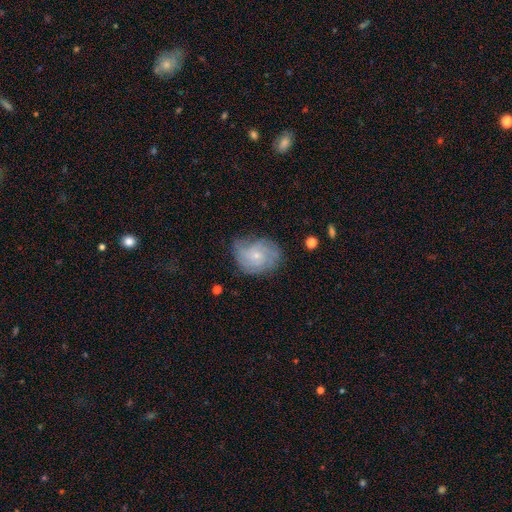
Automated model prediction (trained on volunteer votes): A featured or disk galaxy (68%) with no bar (78%), tight (61%) spiral arms (90%) and a small central bulge (76%).

Vote fractions:
- Smooth or featured? featured or disk: 68% / smooth: 24% / star or artifact: 8%
- Edge-on disk? no: 97% / yes: 3%
- Bar? no: 78% / weak: 19% / strong: 2%
- Spiral arms? yes: 90% / no: 10%
- Spiral winding? tight: 61% / medium: 30% / loose: 10%
- Spiral arm count? can't tell: 38% / 3: 19% / 4: 16% / 2: 14% / more than 4: 6% / 1: 6%
- Bulge size? small: 76% / moderate: 20% / none: 3% / large: 1% / dominant: 1%
- Merging? none: 66% / minor disturbance: 24% / major disturbance: 8% / merger: 1%